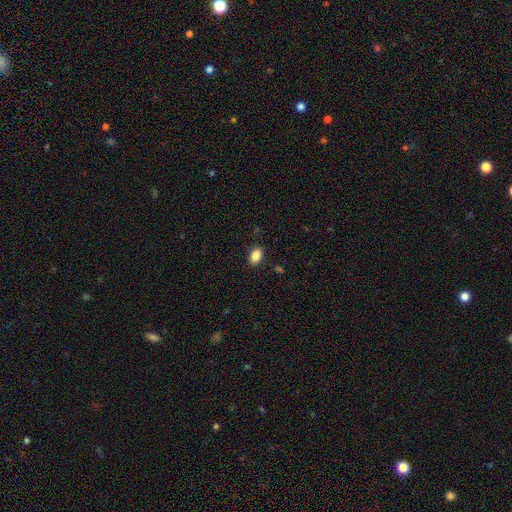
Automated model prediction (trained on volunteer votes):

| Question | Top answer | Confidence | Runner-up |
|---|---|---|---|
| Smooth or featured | smooth | 87% | star or artifact (8%) |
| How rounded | in between | 88% | round (10%) |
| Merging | none | 88% | minor disturbance (9%) |